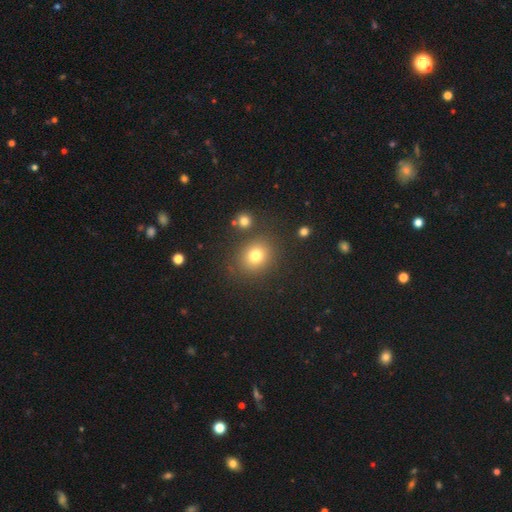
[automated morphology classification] smooth-or-featured: smooth: 77% | star or artifact: 14% | featured or disk: 8%
  how-rounded: round: 76% | in between: 23% | cigar-shaped: 1%
  merging: none: 82% | minor disturbance: 9% | merger: 6% | major disturbance: 4%